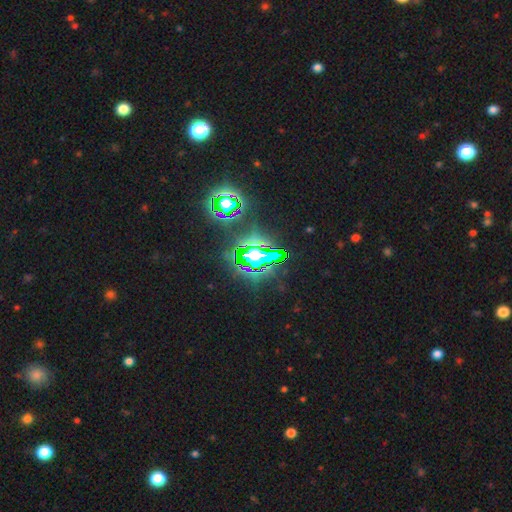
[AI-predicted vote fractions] Smooth or featured? Predicted: star or artifact (p=0.73).